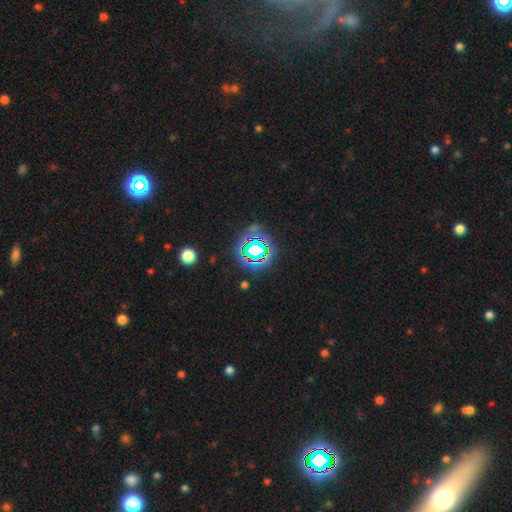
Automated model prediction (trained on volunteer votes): Q: Smooth or featured?
A: star or artifact (72%); runner-up: smooth (16%)